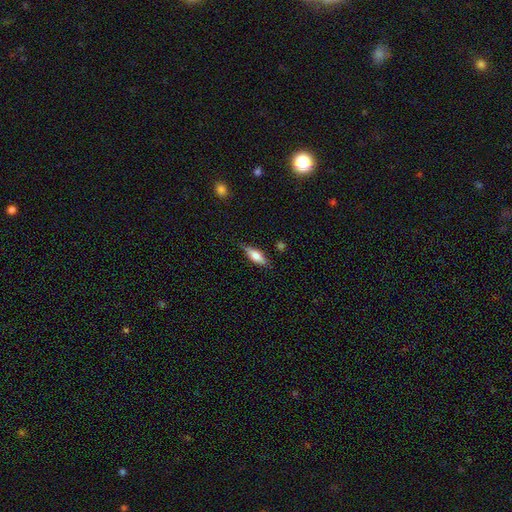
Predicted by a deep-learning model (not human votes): A smooth galaxy with no disk features (62%) that is in between round and cigar-shaped (55%).

Vote fractions:
- Smooth or featured? smooth: 62% / featured or disk: 32% / star or artifact: 7%
- How rounded? in between: 55% / cigar-shaped: 42% / round: 3%
- Merging? none: 76% / minor disturbance: 19% / major disturbance: 4% / merger: 2%